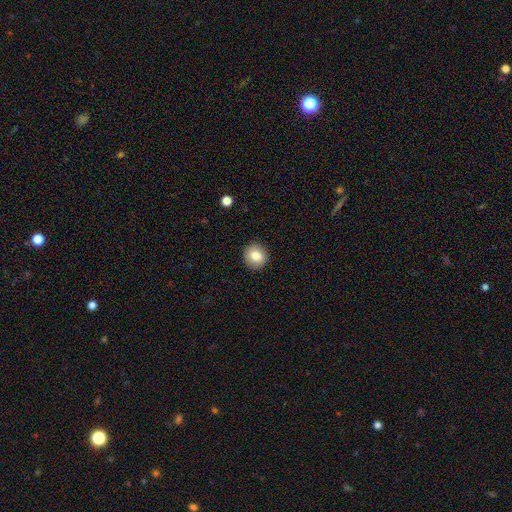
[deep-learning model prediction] A smooth galaxy with no disk features (82%) that is round (89%). Merging: none (91%).